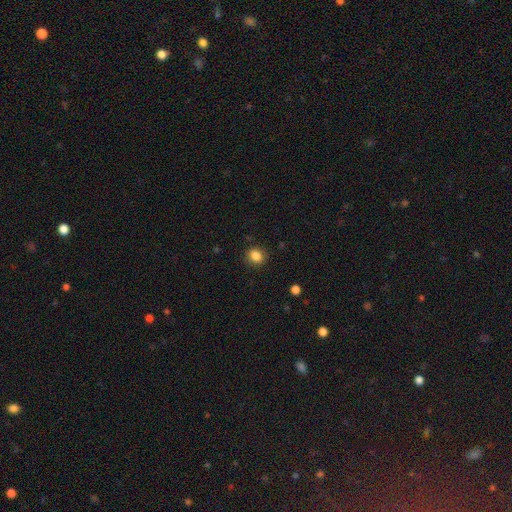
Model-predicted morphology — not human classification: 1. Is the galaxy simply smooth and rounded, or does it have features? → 85% smooth, 11% star or artifact, 4% featured or disk.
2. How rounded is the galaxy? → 64% round, 35% in between, 1% cigar-shaped.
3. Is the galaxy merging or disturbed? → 87% none, 9% minor disturbance, 3% major disturbance, 1% merger.